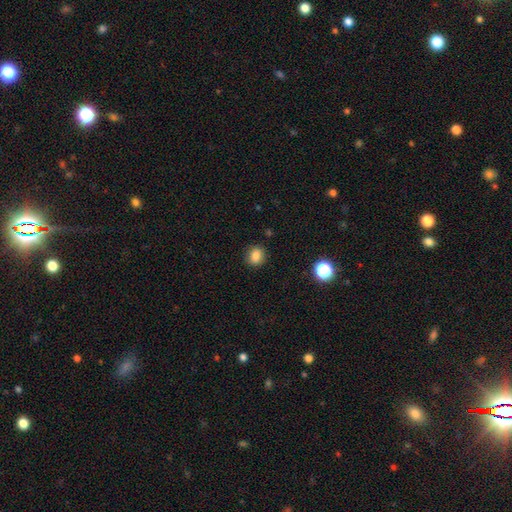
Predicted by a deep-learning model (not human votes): This appears to be a smooth galaxy with no disk features (84%) that is round (70%). Merging: none (88%).